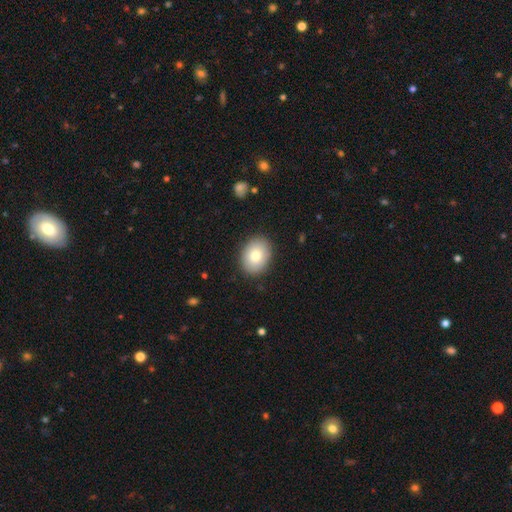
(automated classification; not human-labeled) Morphology: type=smooth (80%); roundness=in between (66%); merging=none (88%).